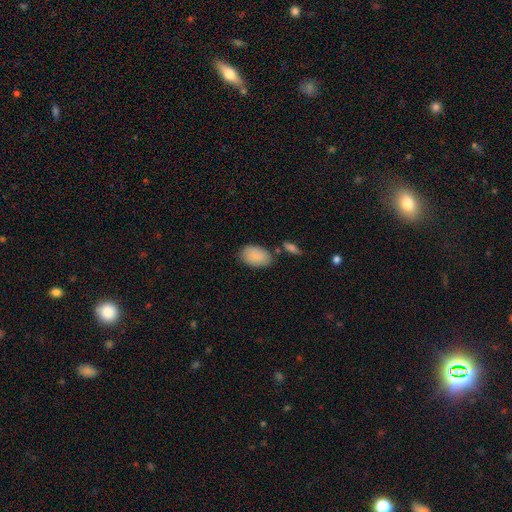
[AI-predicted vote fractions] Morphology: type=smooth (88%); roundness=in between (92%); merging=none (75%).